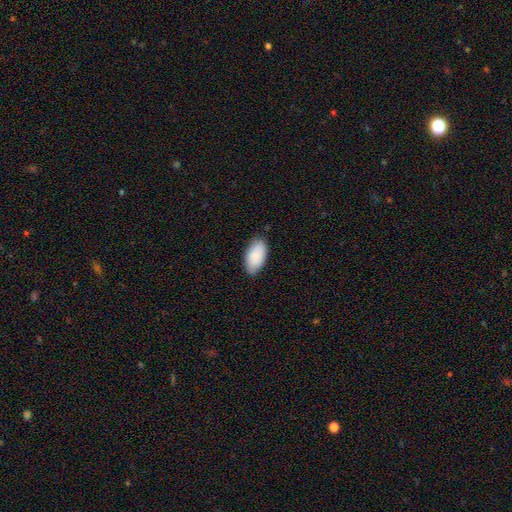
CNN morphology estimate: The model was most divided on "merging": none: 79%, minor disturbance: 17%, major disturbance: 3%, merger: 1%. More confident: how rounded — in between (95%); smooth or featured — smooth (88%).